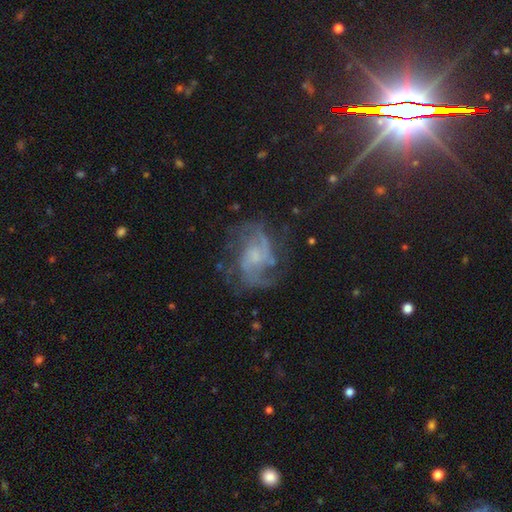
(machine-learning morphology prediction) Smooth or featured: featured or disk — 81% (star or artifact — 10%)
Edge-on disk: no — 98% (yes — 2%)
Bar: no — 56% (weak — 37%)
Spiral arms: yes — 94% (no — 6%)
Spiral winding: medium — 52% (loose — 27%)
Spiral arm count: 2 — 62% (can't tell — 14%)
Bulge size: small — 45% (none — 27%)
Merging: none — 66% (minor disturbance — 17%)